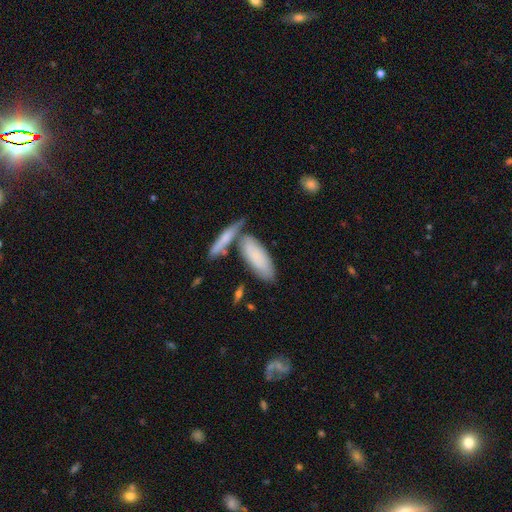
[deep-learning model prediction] Overall: smooth (74%). How rounded: in between (71%). Merging: none (55%; merger 26%).